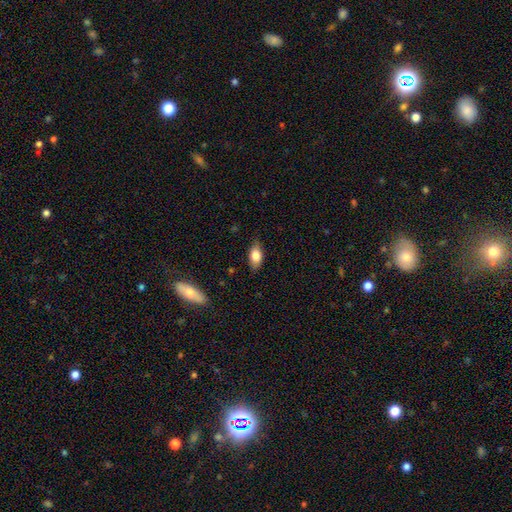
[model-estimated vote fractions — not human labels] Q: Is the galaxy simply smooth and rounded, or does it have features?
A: smooth — 77%.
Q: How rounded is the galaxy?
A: in between — 86%.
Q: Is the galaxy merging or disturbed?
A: none — 81%.